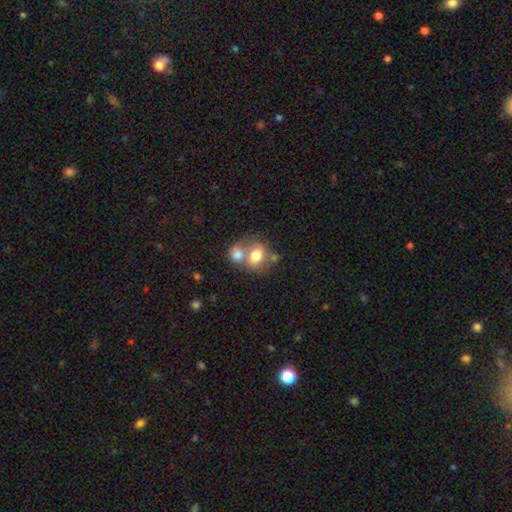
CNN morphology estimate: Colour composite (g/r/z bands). It shows a smooth galaxy with no disk features (74%) that is in between round and cigar-shaped (51%). Merging: merger (54%).